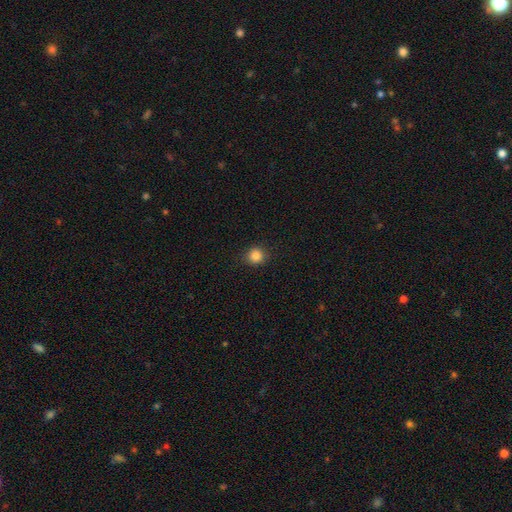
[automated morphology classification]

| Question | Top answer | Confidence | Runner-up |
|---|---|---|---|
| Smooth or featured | smooth | 84% | star or artifact (11%) |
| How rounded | round | 91% | in between (8%) |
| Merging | none | 90% | minor disturbance (7%) |